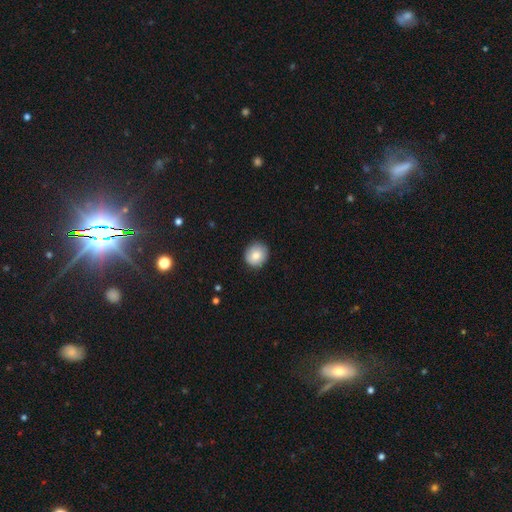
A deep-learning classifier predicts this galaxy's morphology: Smooth or featured: smooth — 82% (featured or disk — 10%)
How rounded: round — 82% (in between — 17%)
Merging: none — 88% (minor disturbance — 10%)